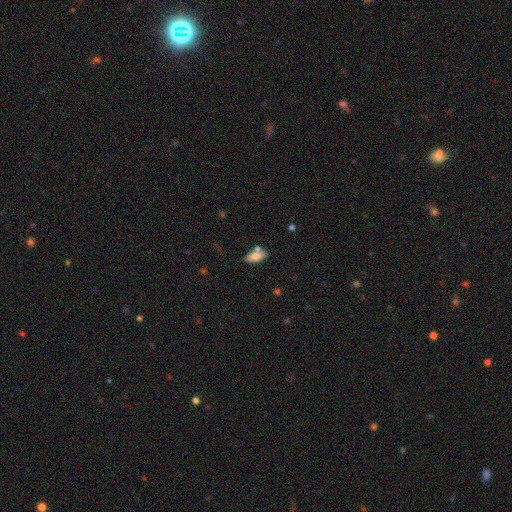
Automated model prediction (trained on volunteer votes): Morphology: type=smooth (78%); roundness=in between (82%); merging=none (64%).